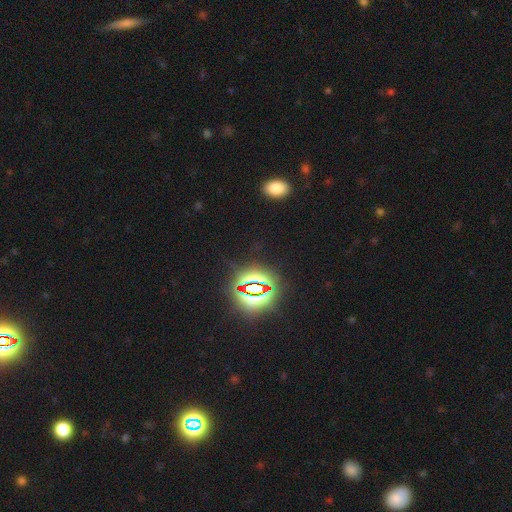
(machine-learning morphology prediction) This is clearly a star or artifact rather than a galaxy (80%).